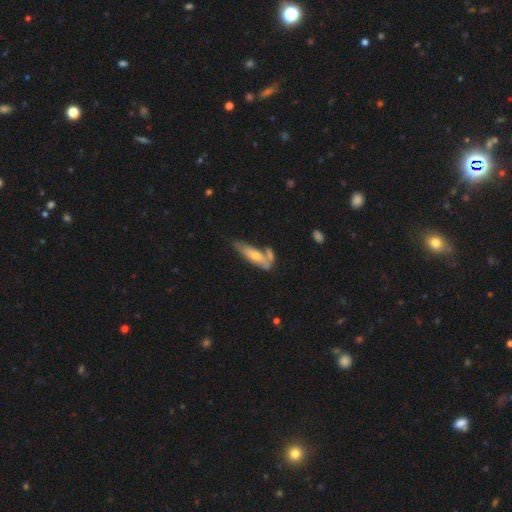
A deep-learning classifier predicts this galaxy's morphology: Smooth or featured?
  - smooth: 52% *
  - featured or disk: 41%
  - star or artifact: 6%
How rounded?
  - cigar-shaped: 58% *
  - in between: 40%
  - round: 2%
Merging?
  - none: 40% *
  - merger: 29%
  - minor disturbance: 22%
  - major disturbance: 10%